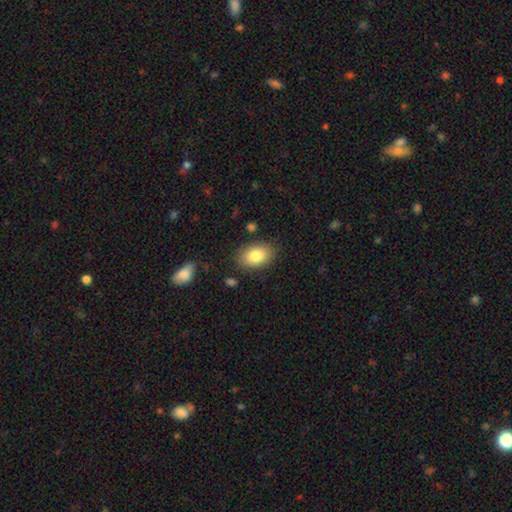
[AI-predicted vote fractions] Morphology: type=smooth (84%); roundness=in between (89%); merging=none (82%).